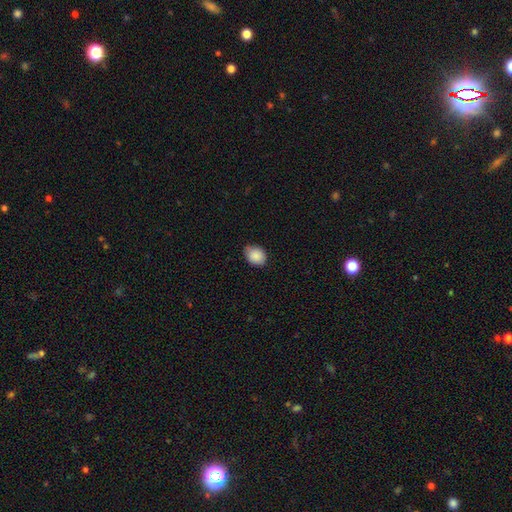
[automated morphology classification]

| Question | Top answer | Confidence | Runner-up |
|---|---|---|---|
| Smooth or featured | smooth | 88% | star or artifact (8%) |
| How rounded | in between | 53% | round (46%) |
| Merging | none | 70% | minor disturbance (26%) |